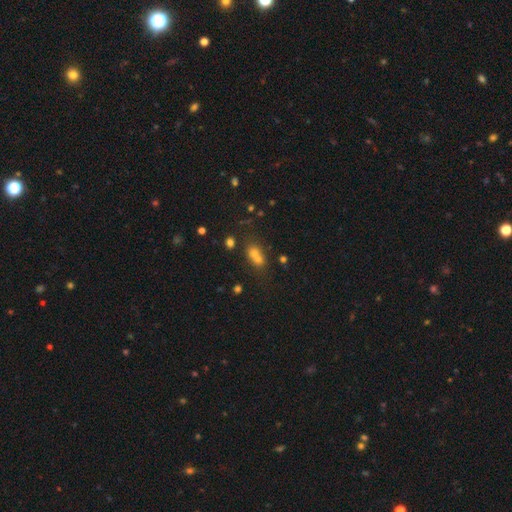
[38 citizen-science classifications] Smooth or featured? 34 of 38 (89%) said smooth. How rounded? 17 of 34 (50%) said in between. Merging? 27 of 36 (75%) said merger.